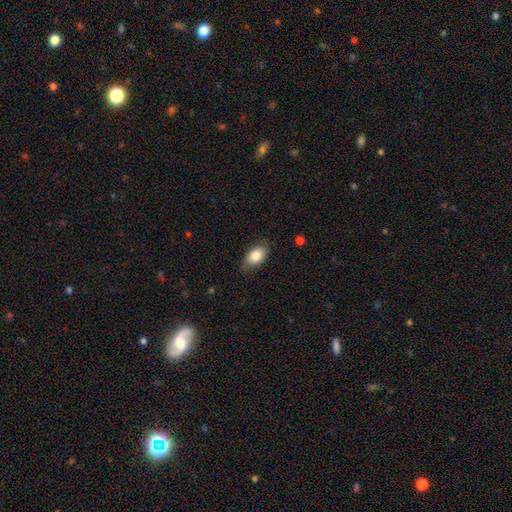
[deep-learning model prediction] This appears to be a smooth galaxy with no disk features (82%) that is in between round and cigar-shaped (89%). Merging: none (73%).